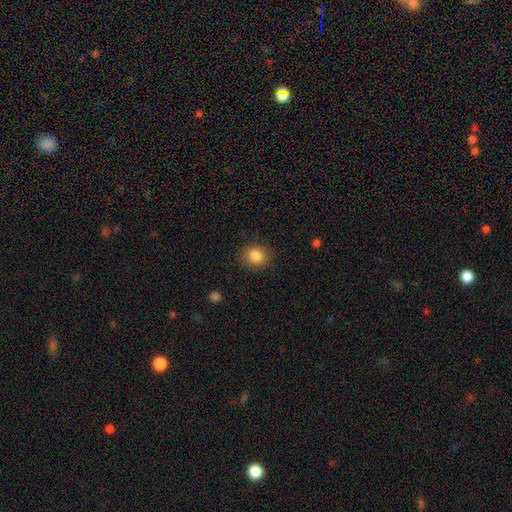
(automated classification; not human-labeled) Overall: smooth (85%). How rounded: round (70%). Merging: none (87%).